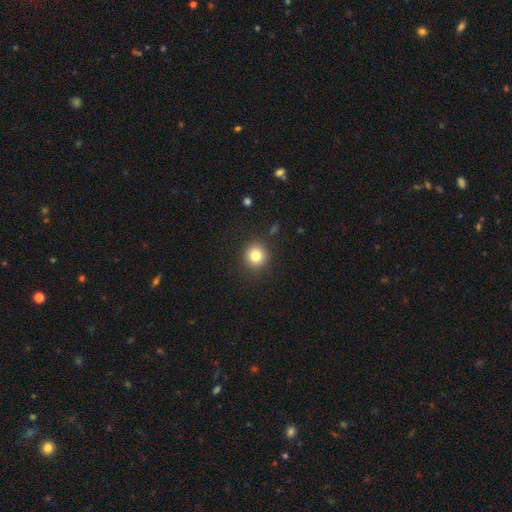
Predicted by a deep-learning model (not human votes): smooth_or_featured: smooth (p=0.81) [alt: star or artifact p=0.11]
how_rounded: round (p=0.93) [alt: in between p=0.06]
merging: none (p=0.90) [alt: minor disturbance p=0.06]